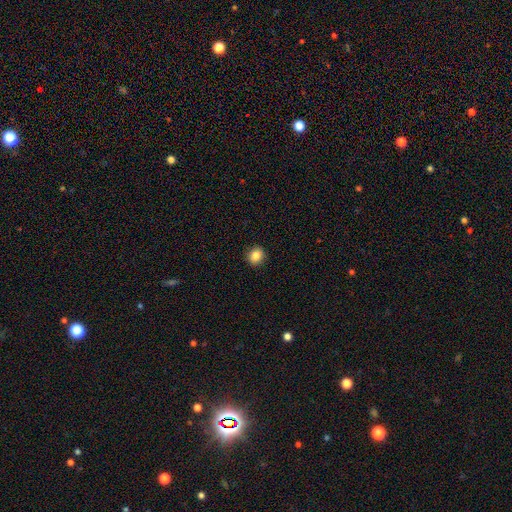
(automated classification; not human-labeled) A smooth galaxy with no disk features (85%) that is round (82%). Merging: none (92%).